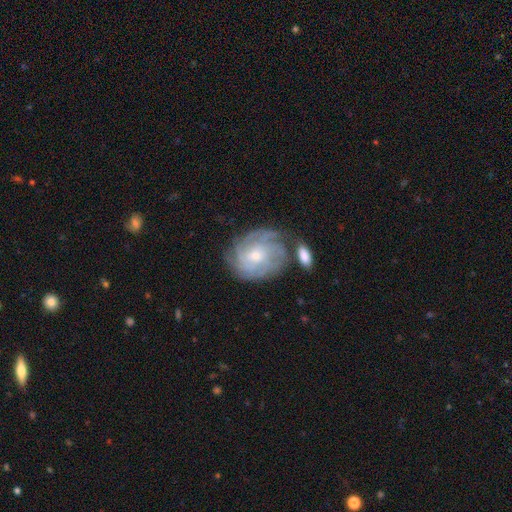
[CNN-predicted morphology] A featured or disk galaxy (81%) with no bar (70%), 4 (30%) tight (71%) spiral arms (96%) and a small central bulge (67%).

Vote fractions:
- Smooth or featured? featured or disk: 81% / smooth: 12% / star or artifact: 7%
- Edge-on disk? no: 97% / yes: 3%
- Bar? no: 70% / weak: 26% / strong: 5%
- Spiral arms? yes: 96% / no: 4%
- Spiral winding? tight: 71% / medium: 23% / loose: 6%
- Spiral arm count? 4: 30% / can't tell: 29% / 3: 15% / more than 4: 13% / 2: 8% / 1: 5%
- Bulge size? small: 67% / moderate: 29% / large: 2% / none: 2% / dominant: 1%
- Merging? none: 67% / minor disturbance: 18% / merger: 8% / major disturbance: 7%